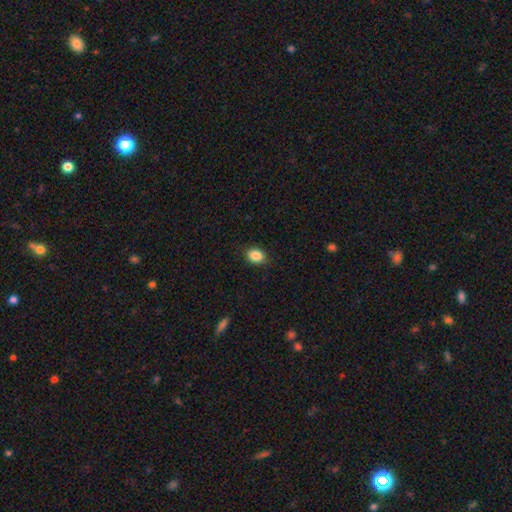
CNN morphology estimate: smooth-or-featured: smooth: 87% | star or artifact: 9% | featured or disk: 4%
  how-rounded: in between: 64% | round: 34% | cigar-shaped: 1%
  merging: none: 88% | minor disturbance: 8% | major disturbance: 2% | merger: 1%